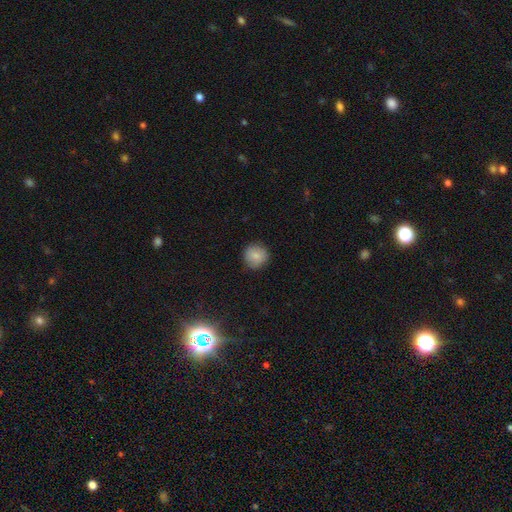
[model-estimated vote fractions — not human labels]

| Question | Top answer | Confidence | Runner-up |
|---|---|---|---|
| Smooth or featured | smooth | 82% | featured or disk (9%) |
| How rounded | round | 93% | in between (6%) |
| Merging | none | 87% | minor disturbance (9%) |